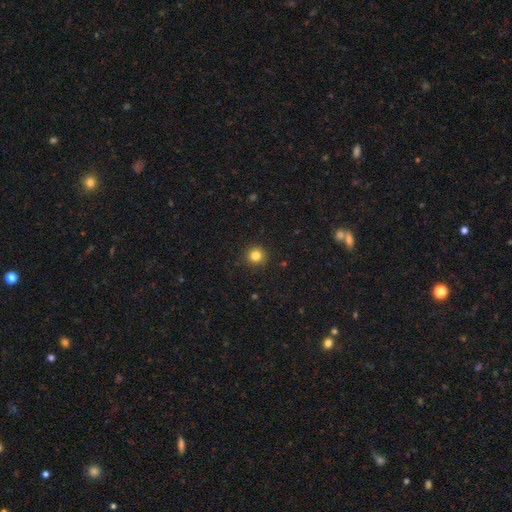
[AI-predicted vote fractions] Overall: smooth (82%). How rounded: round (94%). Merging: none (91%).